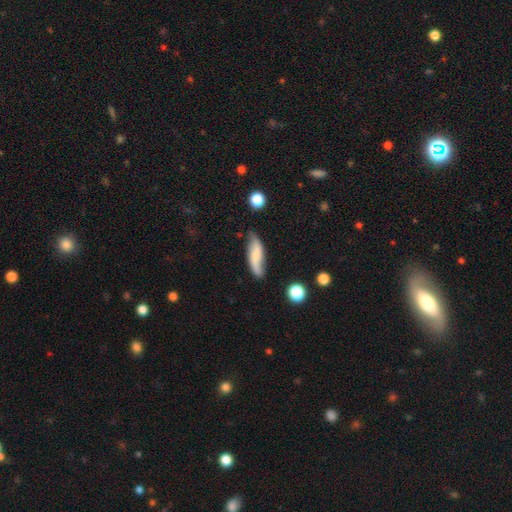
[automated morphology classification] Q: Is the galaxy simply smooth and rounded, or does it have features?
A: smooth — 52%.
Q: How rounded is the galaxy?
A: in between — 54%.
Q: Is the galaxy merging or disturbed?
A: none — 60%.